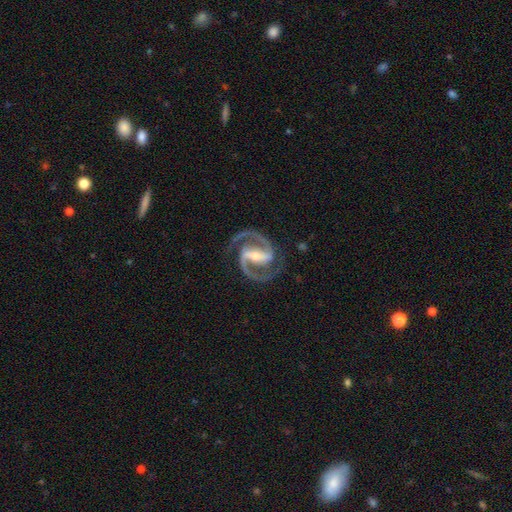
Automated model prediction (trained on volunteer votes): Overall: featured or disk (94%). Edge-on disk: no (98%). Bar: strong (72%). Spiral arms: yes (99%). Spiral arm count: 2 (95%). Spiral winding: medium (64%; tight 27%). Bulge size: small (53%; moderate 40%). Merging: none (84%).